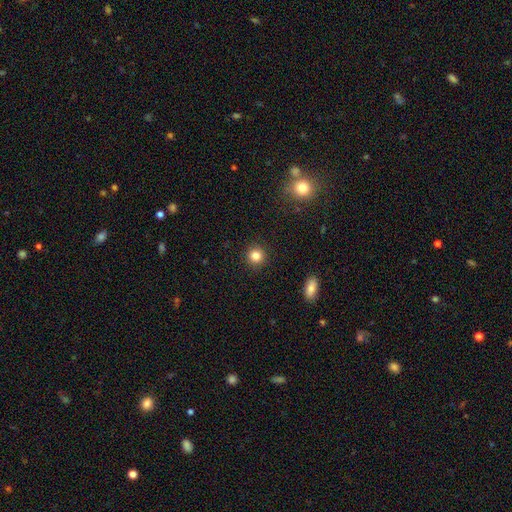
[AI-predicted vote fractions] The model was most divided on "smooth or featured": smooth: 83%, star or artifact: 12%, featured or disk: 5%. More confident: how rounded — round (94%); merging — none (92%).